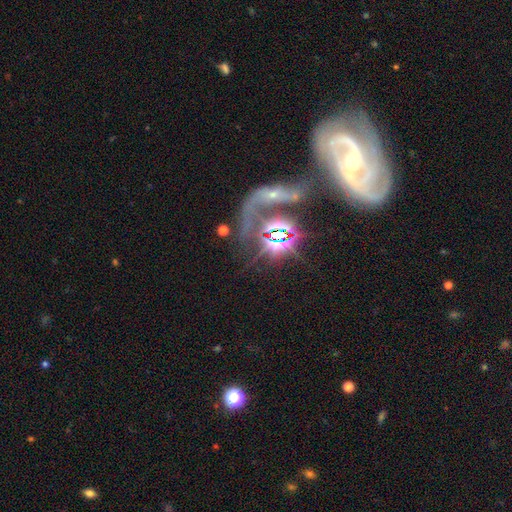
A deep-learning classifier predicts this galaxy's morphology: A featured or disk galaxy (66%) with no bar (44%), 2 (52%) medium (41%) spiral arms (87%) and a small central bulge (47%). Merging: merger (40%).